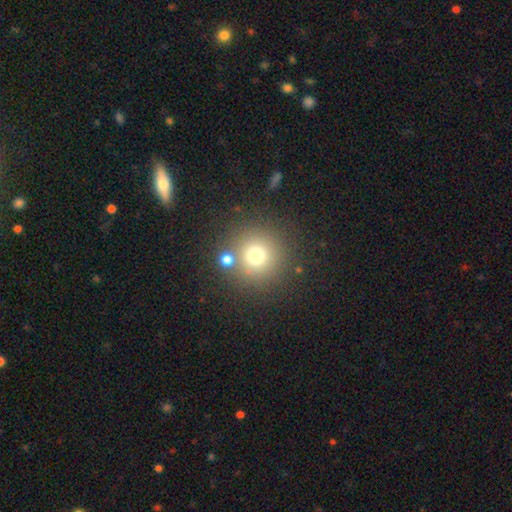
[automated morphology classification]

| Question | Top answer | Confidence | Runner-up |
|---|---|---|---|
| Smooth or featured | smooth | 71% | star or artifact (18%) |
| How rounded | round | 95% | in between (4%) |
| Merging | none | 77% | merger (12%) |